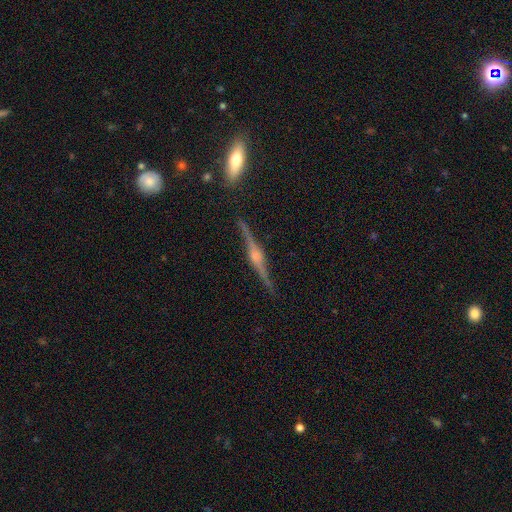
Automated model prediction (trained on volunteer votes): Smooth or featured: featured or disk — 87% (smooth — 7%)
Edge-on disk: yes — 98% (no — 2%)
Edge-on bulge: rounded — 88% (boxy — 8%)
Merging: none — 85% (minor disturbance — 11%)